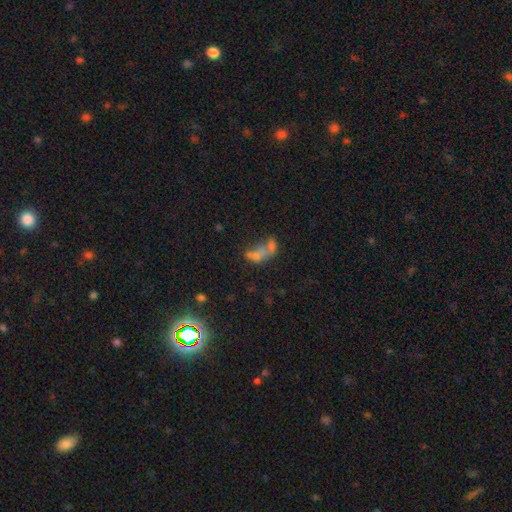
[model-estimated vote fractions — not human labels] Morphology: type=smooth (50%); merging=merger (56%).